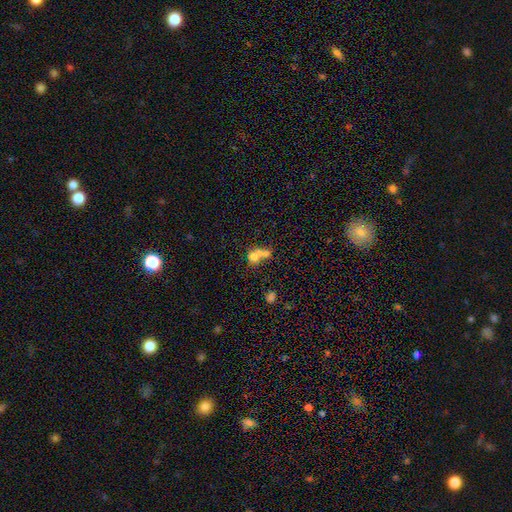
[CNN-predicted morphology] smooth 62%, featured or disk 24%, star or artifact 14%. Down the decision tree: how rounded — round (73%); merging — merger (64%).